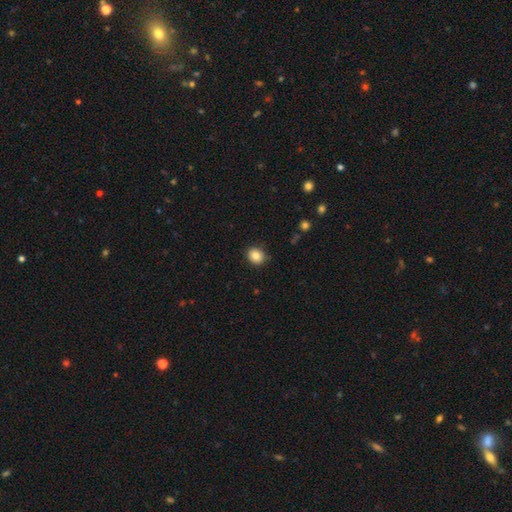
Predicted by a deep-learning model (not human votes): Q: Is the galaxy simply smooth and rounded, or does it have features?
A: smooth — 84%.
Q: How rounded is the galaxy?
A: round — 74%.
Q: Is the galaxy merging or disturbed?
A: none — 87%.